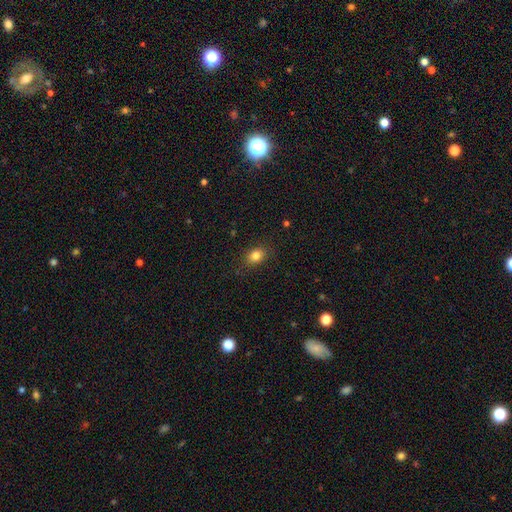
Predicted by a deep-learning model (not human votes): smooth_or_featured: smooth (p=0.83) [alt: star or artifact p=0.10]
how_rounded: in between (p=0.67) [alt: round p=0.31]
merging: none (p=0.84) [alt: minor disturbance p=0.12]